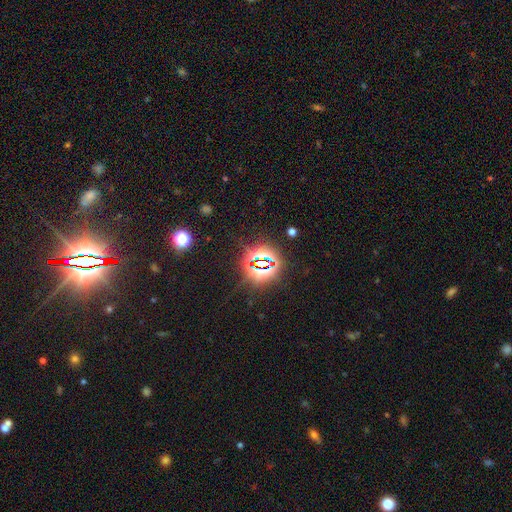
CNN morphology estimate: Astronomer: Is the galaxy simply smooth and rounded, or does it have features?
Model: star or artifact — 80%.